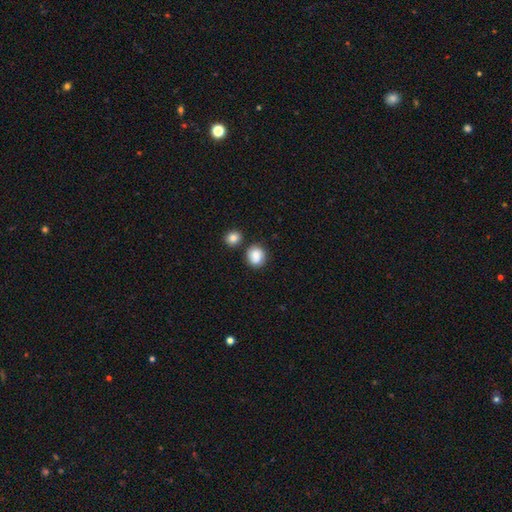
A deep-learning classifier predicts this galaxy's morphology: Q: Smooth or featured?
A: smooth (85%); runner-up: star or artifact (8%)
Q: How rounded?
A: round (79%); runner-up: in between (20%)
Q: Merging?
A: none (73%); runner-up: minor disturbance (15%)